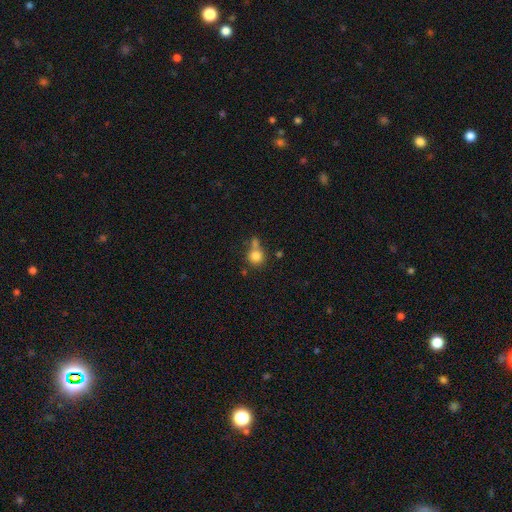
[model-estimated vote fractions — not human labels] smooth_or_featured: smooth (p=0.81) [alt: star or artifact p=0.11]
how_rounded: round (p=0.89) [alt: in between p=0.10]
merging: none (p=0.50) [alt: merger p=0.32]